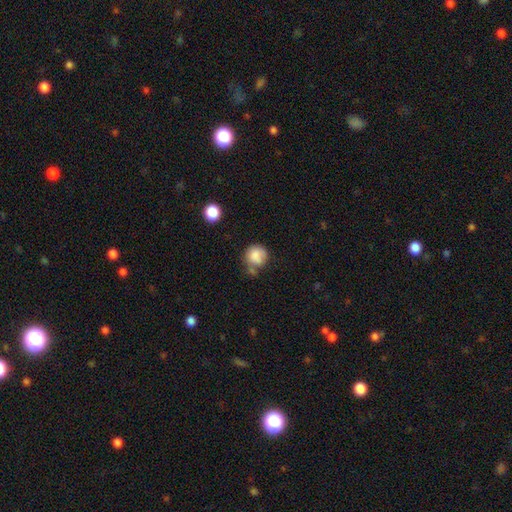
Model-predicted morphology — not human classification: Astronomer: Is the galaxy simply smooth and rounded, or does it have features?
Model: smooth — 83%.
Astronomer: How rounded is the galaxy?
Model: round — 86%.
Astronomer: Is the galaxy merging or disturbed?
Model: none — 54%.